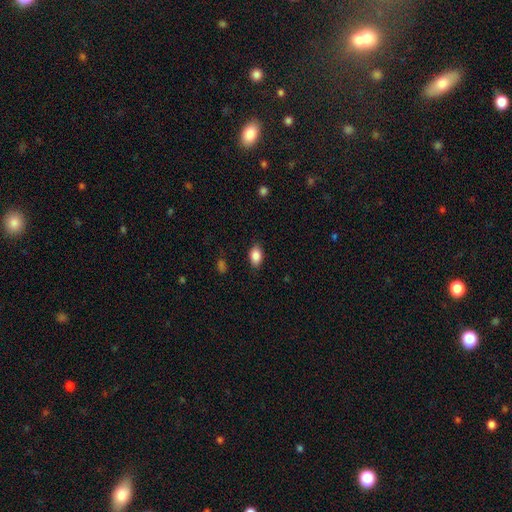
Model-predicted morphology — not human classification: Smooth or featured? Predicted: smooth (p=0.87). How rounded? Predicted: in between (p=0.89). Merging? Predicted: none (p=0.84).